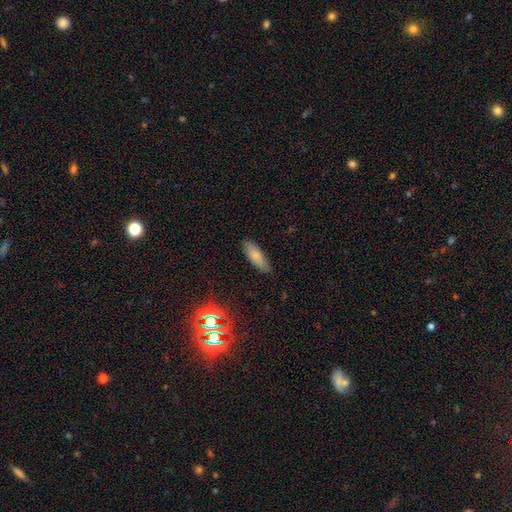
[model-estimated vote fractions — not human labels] Smooth or featured? smooth (81%)
How rounded? in between (57%)
Merging? none (87%)